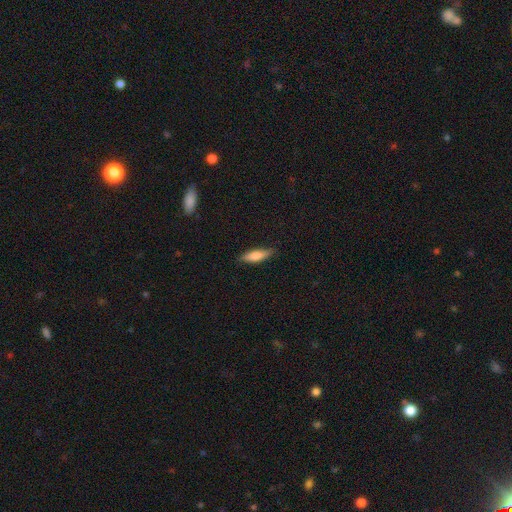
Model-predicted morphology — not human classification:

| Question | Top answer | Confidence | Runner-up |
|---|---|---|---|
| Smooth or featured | smooth | 75% | featured or disk (19%) |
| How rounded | cigar-shaped | 59% | in between (39%) |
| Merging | none | 85% | minor disturbance (12%) |